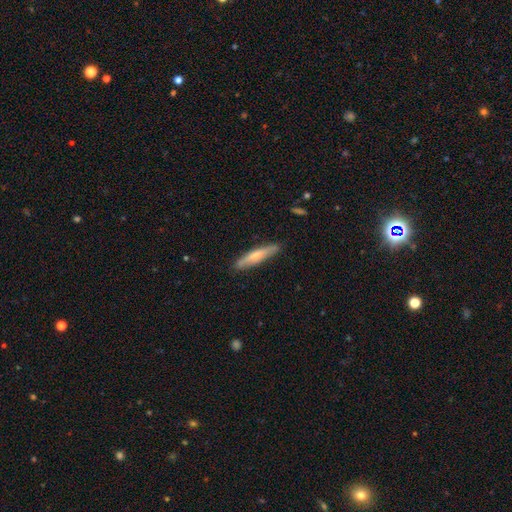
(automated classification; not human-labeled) smooth_or_featured: smooth (p=0.60) [alt: featured or disk p=0.34]
how_rounded: cigar-shaped (p=0.87) [alt: in between p=0.11]
merging: none (p=0.86) [alt: minor disturbance p=0.11]